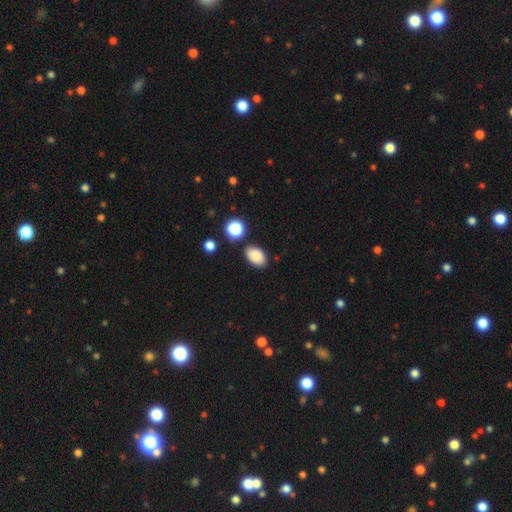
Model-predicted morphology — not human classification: smooth_or_featured: smooth (p=0.87) [alt: star or artifact p=0.09]
how_rounded: in between (p=0.89) [alt: round p=0.10]
merging: none (p=0.81) [alt: minor disturbance p=0.11]